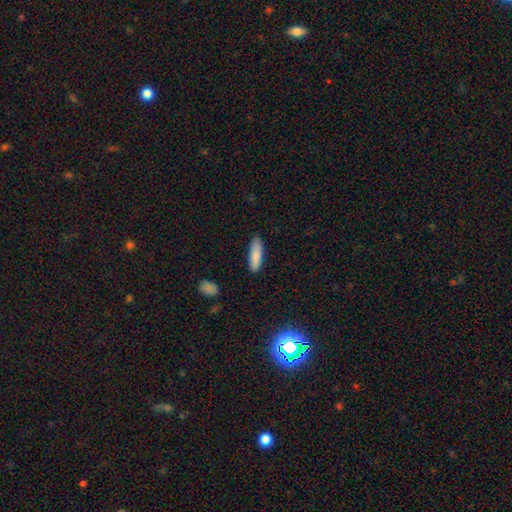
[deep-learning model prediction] Smooth or featured: smooth — 87% (featured or disk — 8%)
How rounded: cigar-shaped — 58% (in between — 41%)
Merging: none — 86% (minor disturbance — 11%)